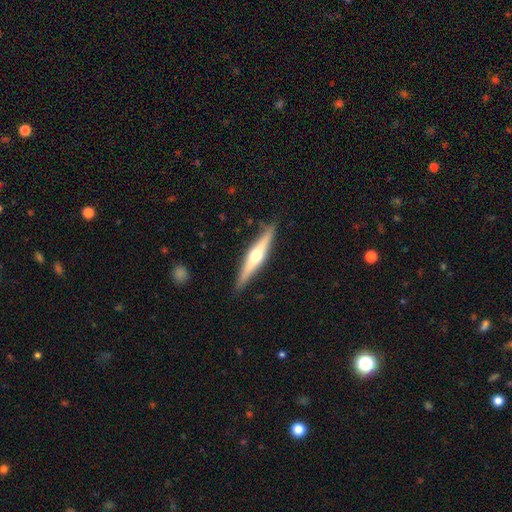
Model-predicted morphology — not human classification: Smooth or featured?
  - featured or disk: 66% *
  - smooth: 28%
  - star or artifact: 5%
Edge-on disk?
  - yes: 97% *
  - no: 3%
Edge-on bulge?
  - rounded: 92% *
  - none: 5%
  - boxy: 4%
Merging?
  - none: 88% *
  - minor disturbance: 9%
  - major disturbance: 2%
  - merger: 1%